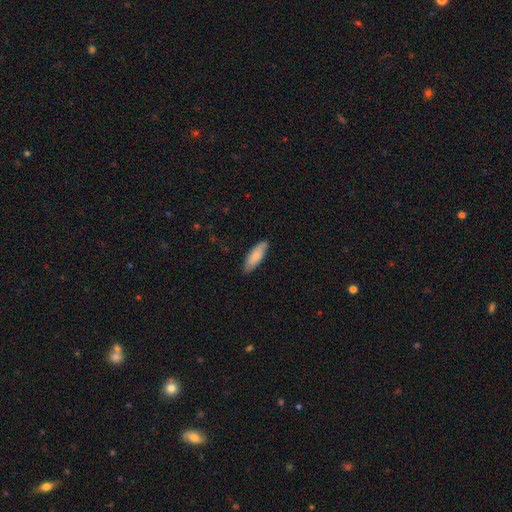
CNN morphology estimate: smooth-or-featured: smooth: 82% | featured or disk: 13% | star or artifact: 5%
  how-rounded: in between: 61% | cigar-shaped: 38% | round: 2%
  merging: none: 82% | minor disturbance: 15% | major disturbance: 2% | merger: 1%